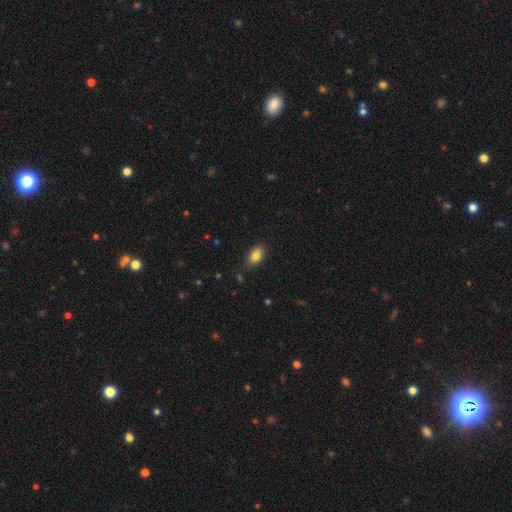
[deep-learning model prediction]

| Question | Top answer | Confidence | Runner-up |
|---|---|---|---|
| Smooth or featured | smooth | 83% | star or artifact (9%) |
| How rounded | in between | 87% | round (9%) |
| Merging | none | 82% | minor disturbance (14%) |